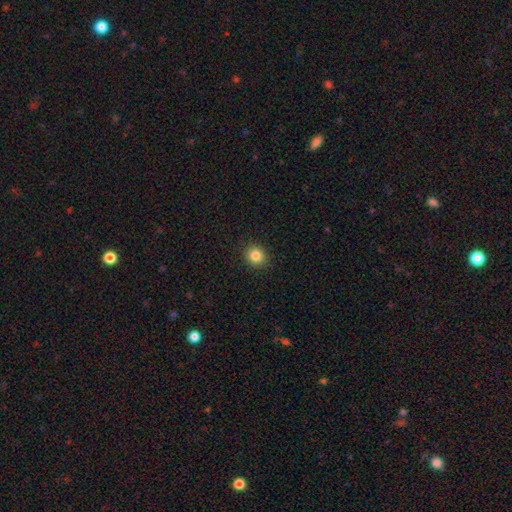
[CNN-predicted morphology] This appears to be a smooth galaxy with no disk features (84%) that is round (80%). Merging: none (91%).